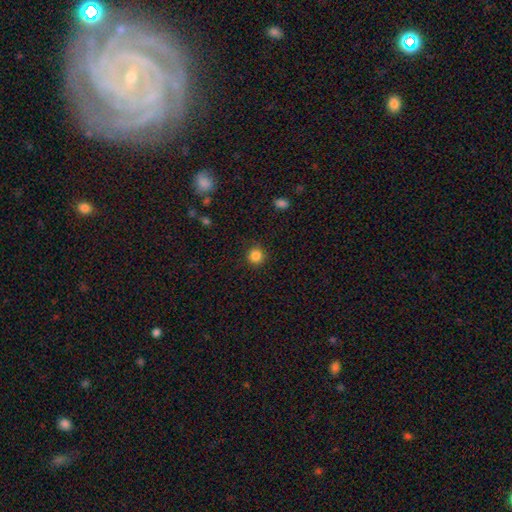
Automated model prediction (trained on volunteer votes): The model was most divided on "smooth or featured": smooth: 85%, star or artifact: 11%, featured or disk: 4%. More confident: how rounded — round (94%); merging — none (90%).